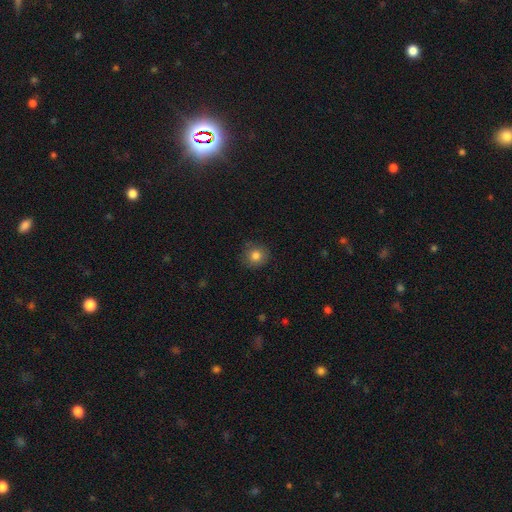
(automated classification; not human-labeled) Smooth or featured? smooth (82%)
How rounded? round (90%)
Merging? none (86%)